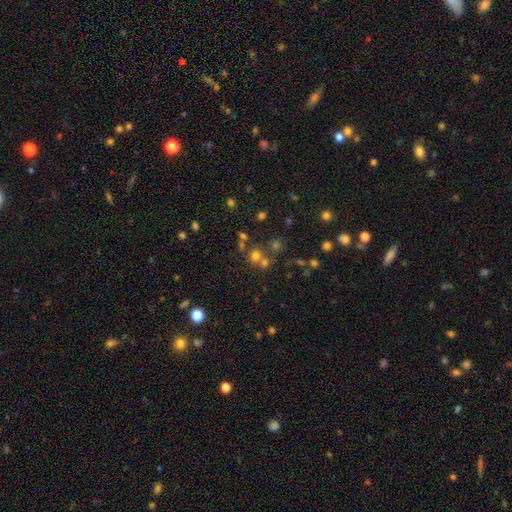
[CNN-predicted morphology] A smooth galaxy with no disk features (61%) that is round (86%).

Vote fractions:
- Smooth or featured? smooth: 61% / star or artifact: 26% / featured or disk: 13%
- How rounded? round: 86% / in between: 13% / cigar-shaped: 1%
- Merging? none: 55% / merger: 33% / minor disturbance: 8% / major disturbance: 4%